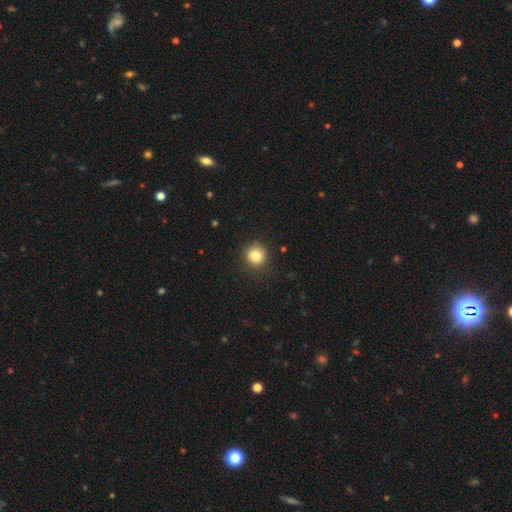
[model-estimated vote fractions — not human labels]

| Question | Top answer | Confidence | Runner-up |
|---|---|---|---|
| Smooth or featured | smooth | 83% | star or artifact (11%) |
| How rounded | round | 91% | in between (8%) |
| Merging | none | 86% | minor disturbance (10%) |